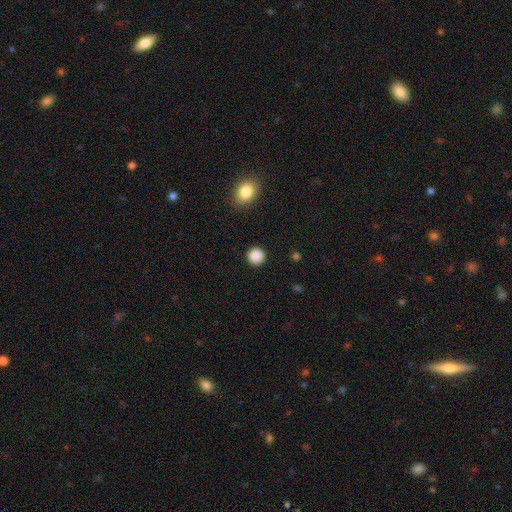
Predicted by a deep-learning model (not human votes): Overall: smooth (88%). How rounded: round (94%). Merging: none (92%).